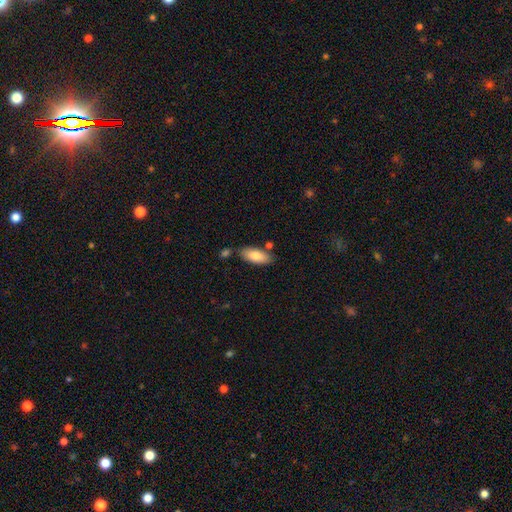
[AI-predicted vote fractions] This is clearly a smooth galaxy (80%). How rounded: clearly in between (84%). Merging: likely none (76%).